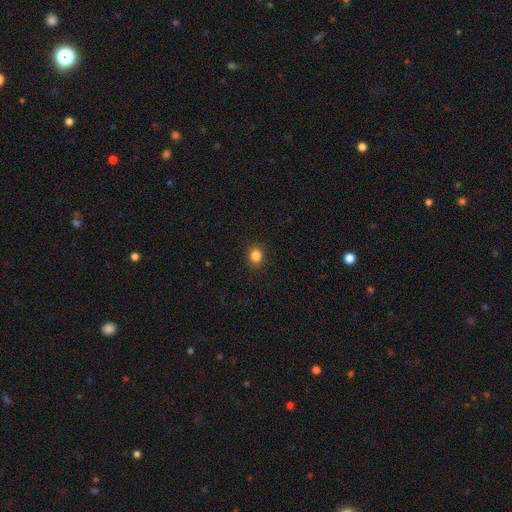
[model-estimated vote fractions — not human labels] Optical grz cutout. It shows a smooth galaxy with no disk features (85%) that is round (62%). Merging: none (90%).